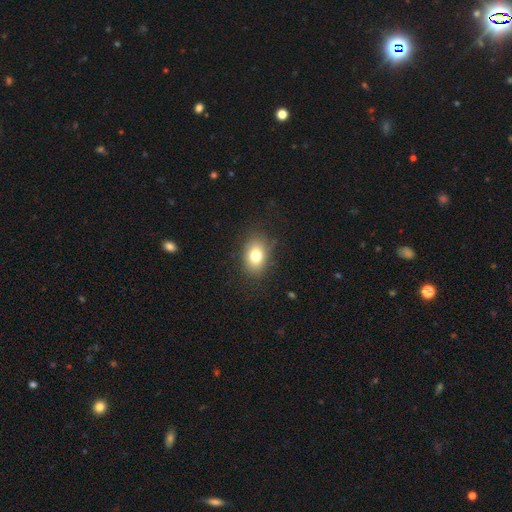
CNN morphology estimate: Q: Smooth or featured?
A: smooth (76%); runner-up: featured or disk (13%)
Q: How rounded?
A: in between (75%); runner-up: round (24%)
Q: Merging?
A: none (81%); runner-up: minor disturbance (13%)